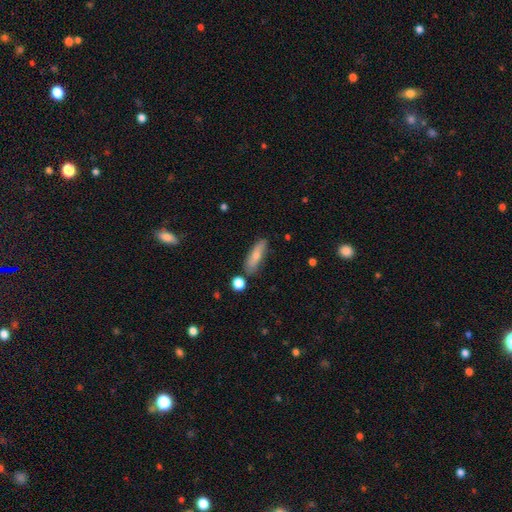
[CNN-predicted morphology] smooth 70%, featured or disk 24%, star or artifact 7%. Down the decision tree: how rounded — in between (49%); merging — none (74%).